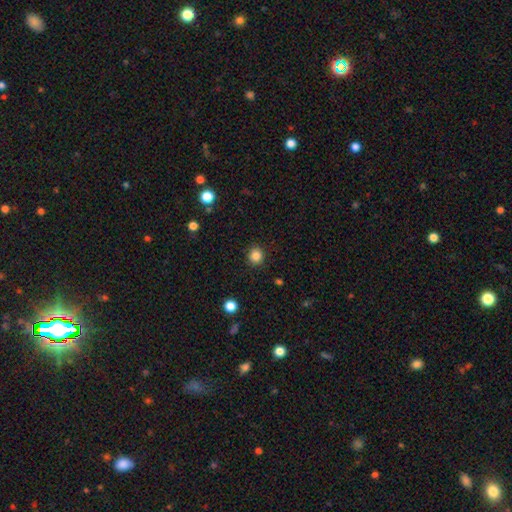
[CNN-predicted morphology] Smooth or featured? smooth (85%)
How rounded? round (89%)
Merging? none (91%)